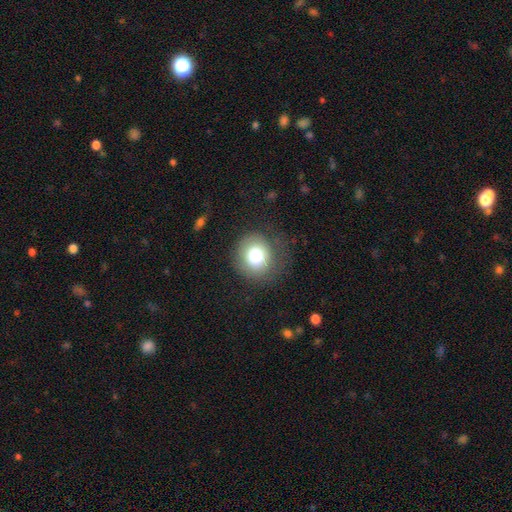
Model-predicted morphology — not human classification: Smooth or featured? smooth (77%)
How rounded? round (84%)
Merging? none (75%)